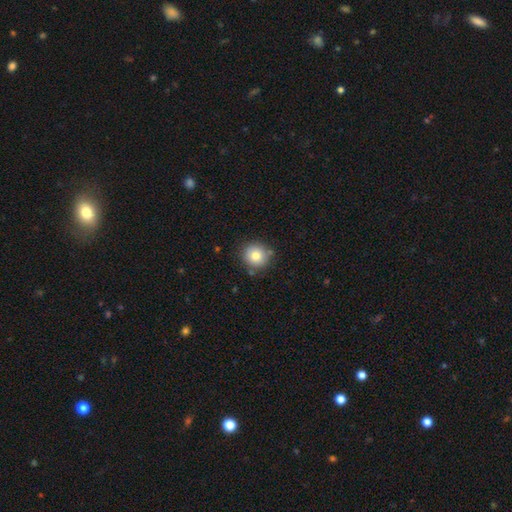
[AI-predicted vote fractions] Overall: smooth (80%). How rounded: round (92%). Merging: none (83%).